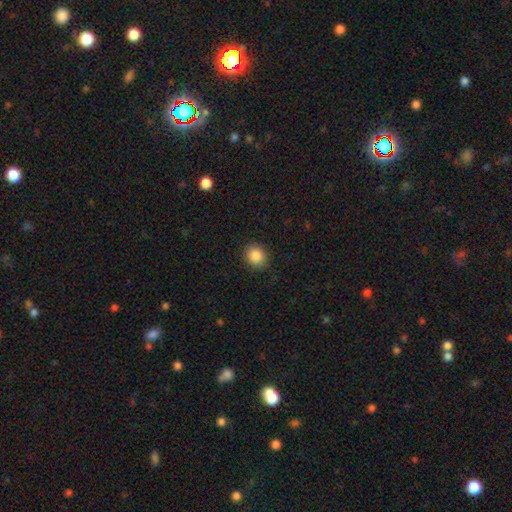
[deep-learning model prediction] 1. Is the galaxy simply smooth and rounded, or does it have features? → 87% smooth, 9% star or artifact, 4% featured or disk.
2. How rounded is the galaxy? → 68% round, 31% in between, 1% cigar-shaped.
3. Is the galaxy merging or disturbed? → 88% none, 9% minor disturbance, 2% major disturbance, 1% merger.